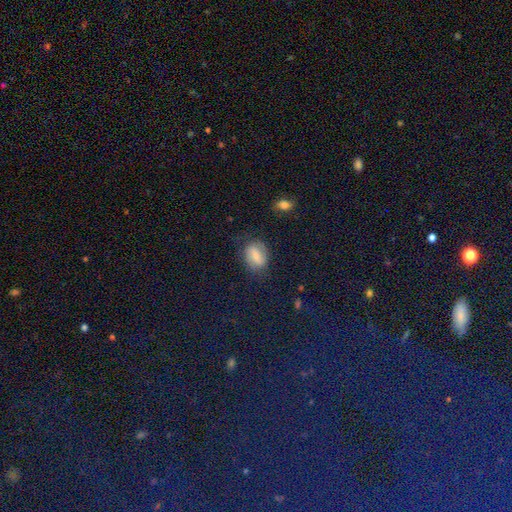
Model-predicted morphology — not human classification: The model was most divided on "smooth or featured": smooth: 57%, featured or disk: 33%, star or artifact: 10%. More confident: how rounded — in between (70%); merging — none (69%).